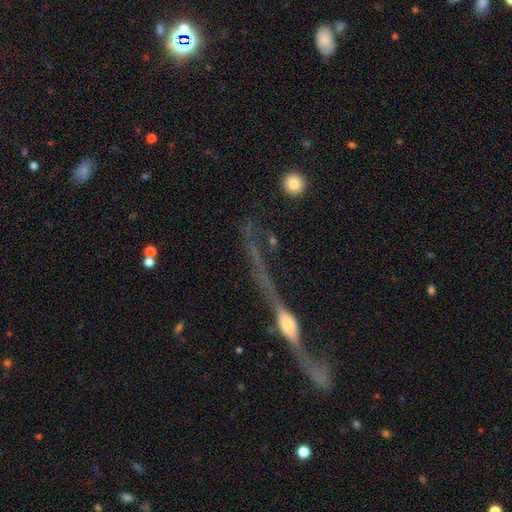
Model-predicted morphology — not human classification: This appears to be a featured or disk galaxy (69%) viewed edge-on (76%) with a rounded central bulge (85%). Merging: none (54%).